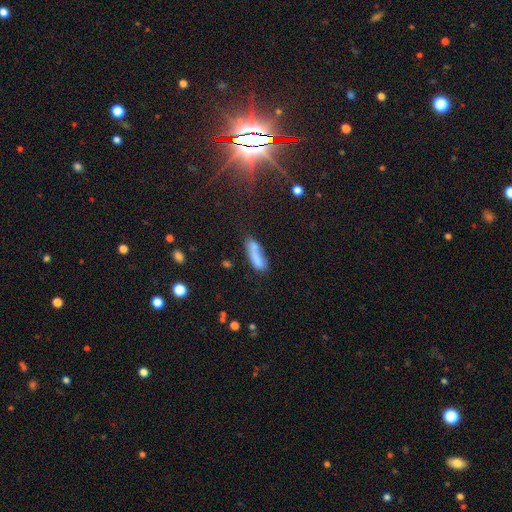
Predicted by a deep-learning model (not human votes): smooth 75%, featured or disk 16%, star or artifact 9%. Down the decision tree: how rounded — cigar-shaped (51%); merging — none (45%).